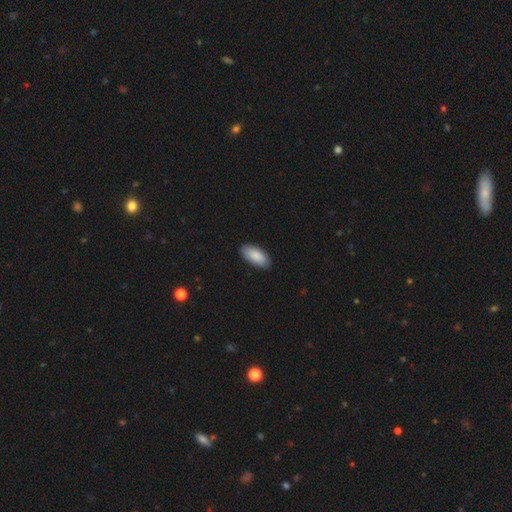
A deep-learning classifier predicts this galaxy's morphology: This is clearly a smooth galaxy (88%). How rounded: clearly in between (92%). Merging: clearly none (88%).